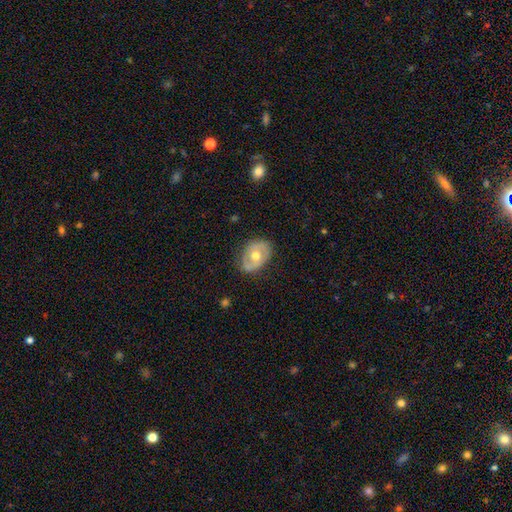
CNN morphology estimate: The model was most divided on "spiral arms": no: 54%, yes: 46%. More confident: edge-on disk — no (94%); bulge size — moderate (79%); merging — none (75%); bar — no (72%); smooth or featured — featured or disk (56%).